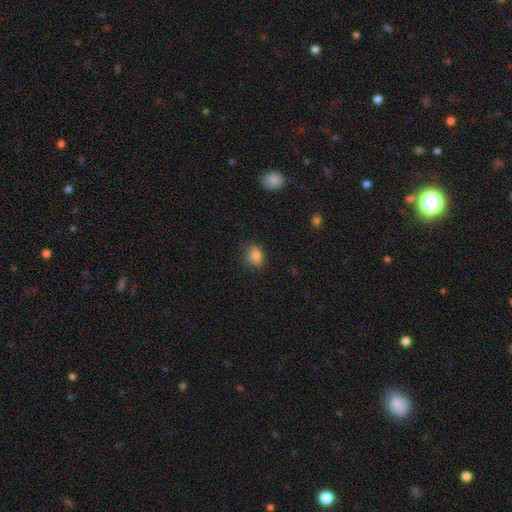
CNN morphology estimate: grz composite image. It shows a smooth galaxy with no disk features (84%) that is in between round and cigar-shaped (57%). Merging: none (75%).